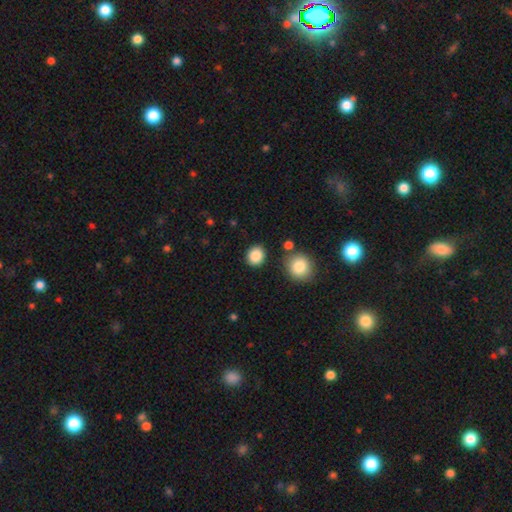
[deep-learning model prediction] Q: Smooth or featured?
A: smooth (87%); runner-up: star or artifact (9%)
Q: How rounded?
A: round (77%); runner-up: in between (22%)
Q: Merging?
A: none (86%); runner-up: minor disturbance (8%)